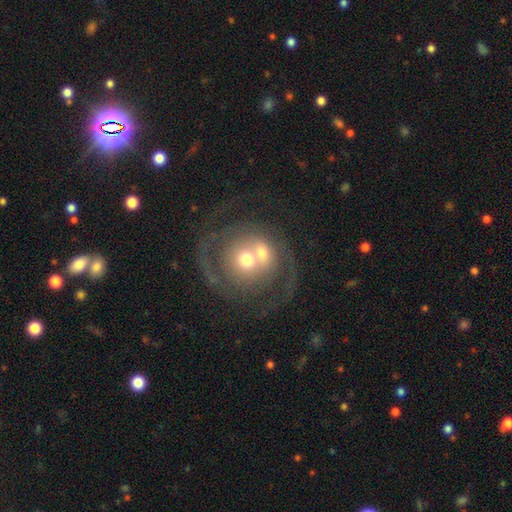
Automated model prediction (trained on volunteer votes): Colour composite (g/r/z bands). It shows a featured or disk galaxy (71%) with no bar (80%), 2 (69%) medium (41%) spiral arms (73%) and a moderate central bulge (61%). Merging: merger (45%).